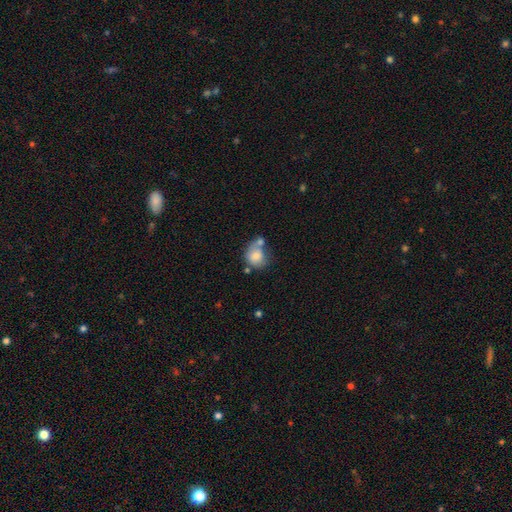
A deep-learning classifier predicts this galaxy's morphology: smooth-or-featured: smooth: 75% | featured or disk: 17% | star or artifact: 8%
  how-rounded: round: 63% | in between: 36% | cigar-shaped: 1%
  merging: merger: 40% | none: 29% | minor disturbance: 18% | major disturbance: 13%